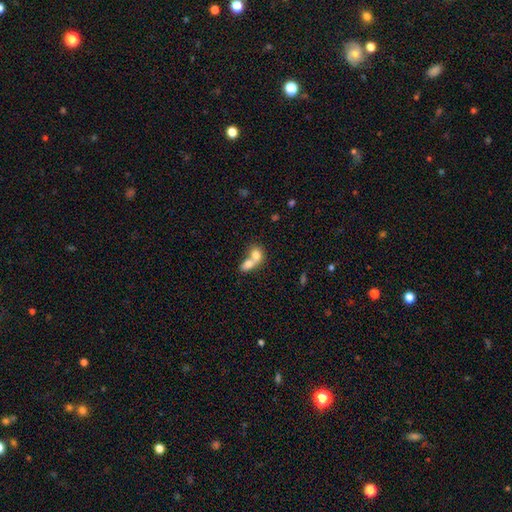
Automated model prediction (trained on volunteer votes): A smooth galaxy with no disk features (74%) that is in between round and cigar-shaped (56%).

Vote fractions:
- Smooth or featured? smooth: 74% / featured or disk: 18% / star or artifact: 8%
- How rounded? in between: 56% / round: 42% / cigar-shaped: 2%
- Merging? merger: 77% / none: 16% / minor disturbance: 4% / major disturbance: 3%